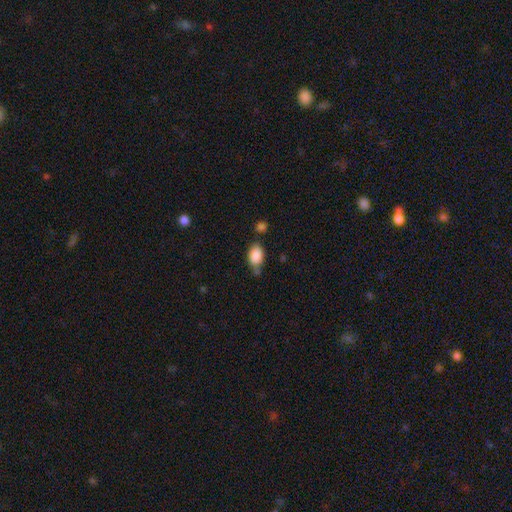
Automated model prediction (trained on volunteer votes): Smooth or featured? Predicted: smooth (p=0.88). How rounded? Predicted: in between (p=0.89). Merging? Predicted: none (p=0.59).